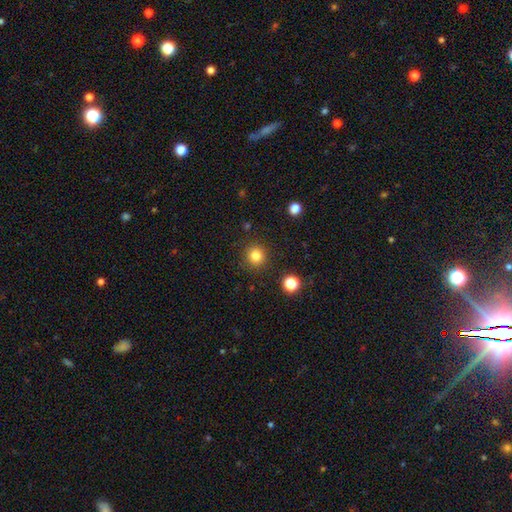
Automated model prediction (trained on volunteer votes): smooth_or_featured: smooth (p=0.82) [alt: star or artifact p=0.12]
how_rounded: round (p=0.93) [alt: in between p=0.06]
merging: none (p=0.89) [alt: minor disturbance p=0.06]